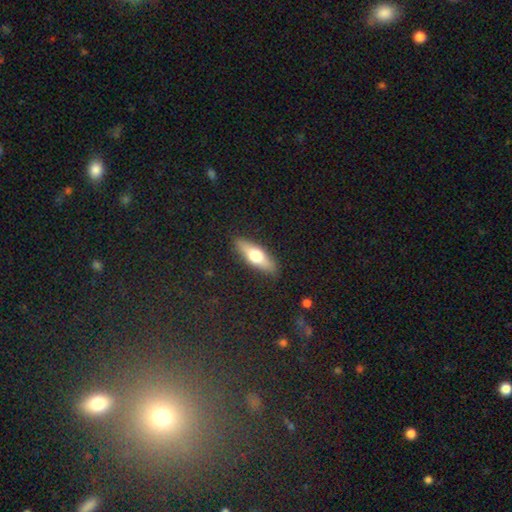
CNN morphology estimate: Smooth or featured? smooth (53%)
How rounded? cigar-shaped (50%)
Merging? none (88%)